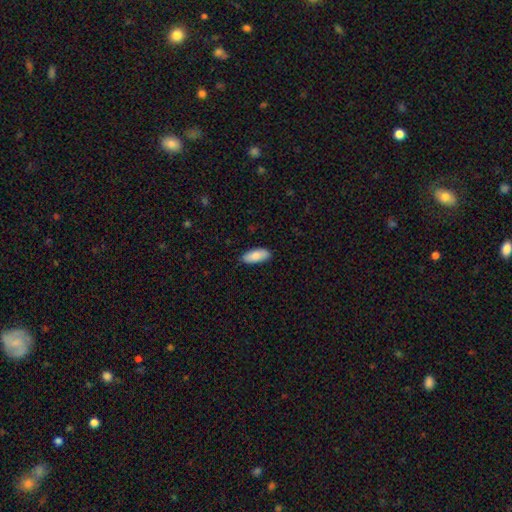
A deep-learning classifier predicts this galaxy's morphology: Q: Smooth or featured?
A: smooth (86%); runner-up: featured or disk (8%)
Q: How rounded?
A: in between (82%); runner-up: cigar-shaped (17%)
Q: Merging?
A: none (88%); runner-up: minor disturbance (10%)